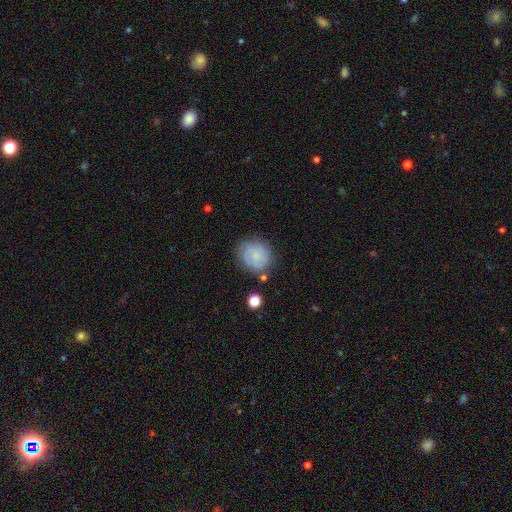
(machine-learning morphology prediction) A smooth galaxy with no disk features (56%) that is round (81%). Merging: none (71%).